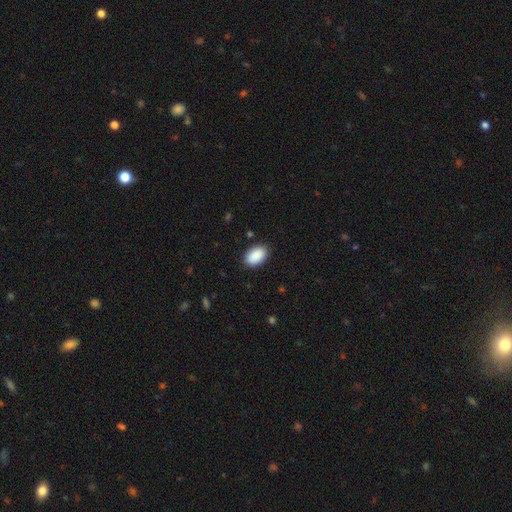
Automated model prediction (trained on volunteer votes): This is clearly a smooth galaxy (91%). How rounded: clearly in between (92%). Merging: clearly none (89%).